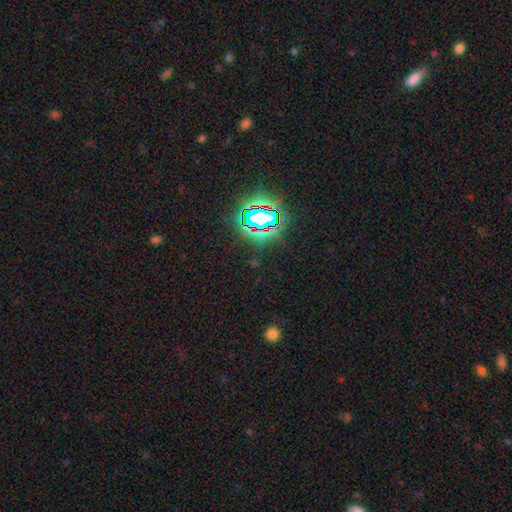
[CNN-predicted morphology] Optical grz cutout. It shows a star or artifact, not a galaxy (79%).